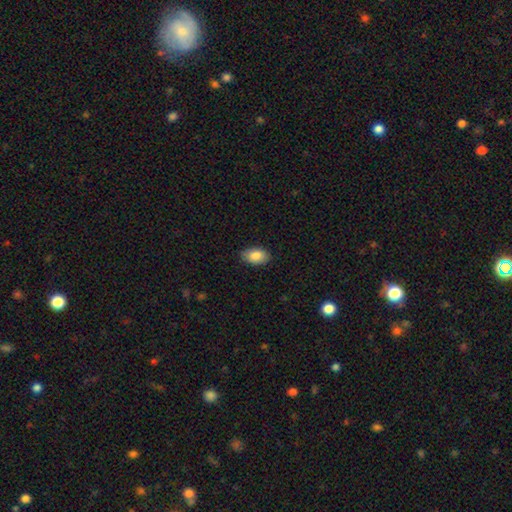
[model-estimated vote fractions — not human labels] A smooth galaxy with no disk features (86%) that is in between round and cigar-shaped (92%).

Vote fractions:
- Smooth or featured? smooth: 86% / star or artifact: 7% / featured or disk: 7%
- How rounded? in between: 92% / round: 7% / cigar-shaped: 1%
- Merging? none: 85% / minor disturbance: 12% / major disturbance: 2% / merger: 1%